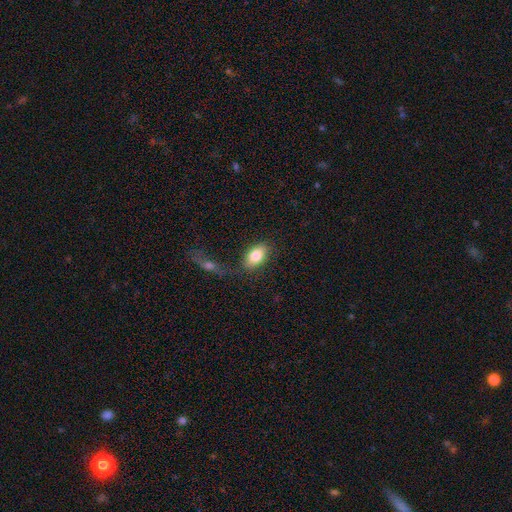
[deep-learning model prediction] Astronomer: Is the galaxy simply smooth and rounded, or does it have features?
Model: smooth — 81%.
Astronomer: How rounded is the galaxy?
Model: in between — 89%.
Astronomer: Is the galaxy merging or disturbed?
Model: none — 76%.